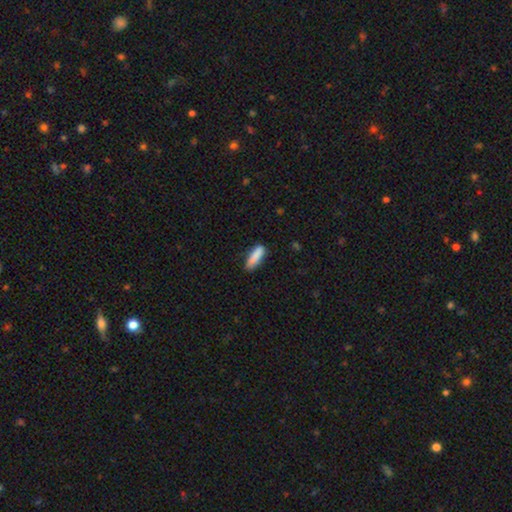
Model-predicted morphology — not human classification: A smooth galaxy with no disk features (88%) that is cigar-shaped (52%).

Vote fractions:
- Smooth or featured? smooth: 88% / star or artifact: 6% / featured or disk: 6%
- How rounded? cigar-shaped: 52% / in between: 46% / round: 2%
- Merging? none: 77% / minor disturbance: 18% / major disturbance: 3% / merger: 2%